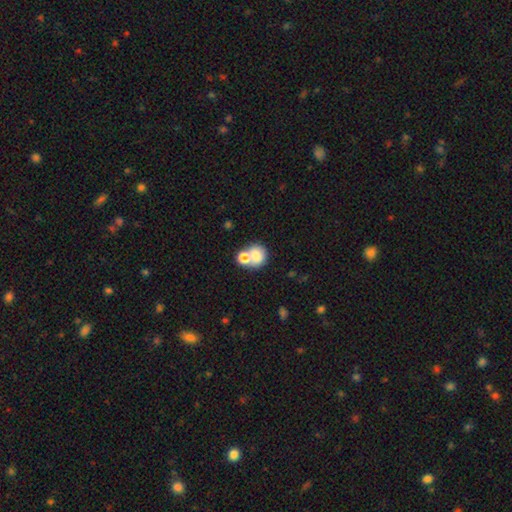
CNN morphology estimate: This is likely a smooth galaxy (75%). How rounded: likely round (66%). Merging: possibly merger (53%).